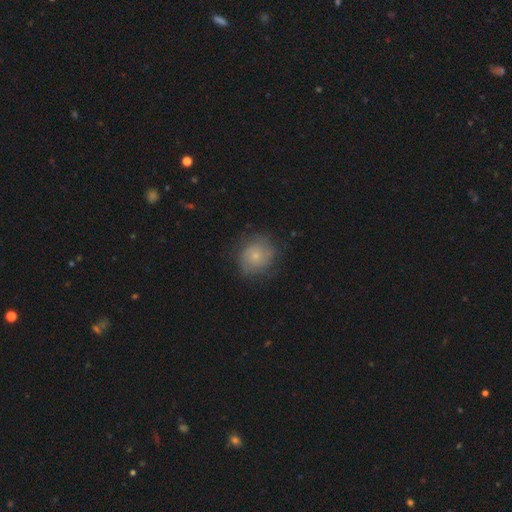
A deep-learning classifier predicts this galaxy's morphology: The model was most divided on "smooth or featured": smooth: 56%, featured or disk: 35%, star or artifact: 9%. More confident: how rounded — round (82%); merging — none (73%).